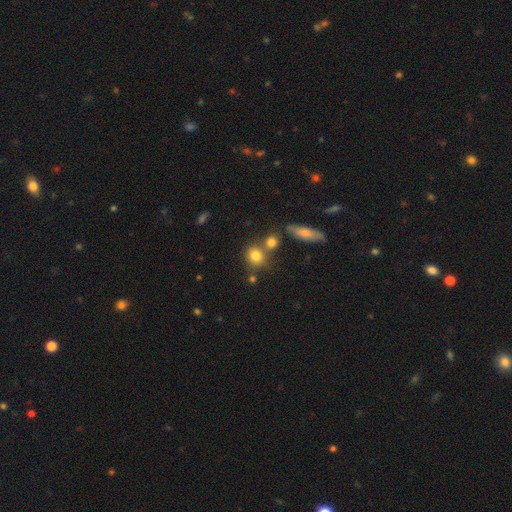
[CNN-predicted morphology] Smooth or featured: smooth — 80% (star or artifact — 11%)
How rounded: round — 74% (in between — 23%)
Merging: none — 61% (merger — 25%)